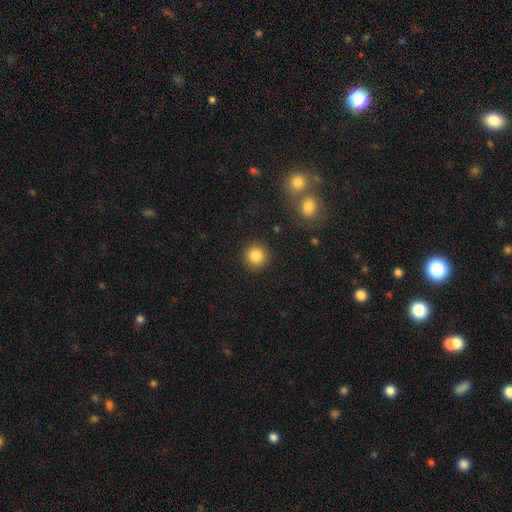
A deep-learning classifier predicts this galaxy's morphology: A smooth galaxy with no disk features (84%) that is round (94%).

Vote fractions:
- Smooth or featured? smooth: 84% / star or artifact: 10% / featured or disk: 5%
- How rounded? round: 94% / in between: 5% / cigar-shaped: 1%
- Merging? none: 91% / minor disturbance: 5% / major disturbance: 2% / merger: 2%